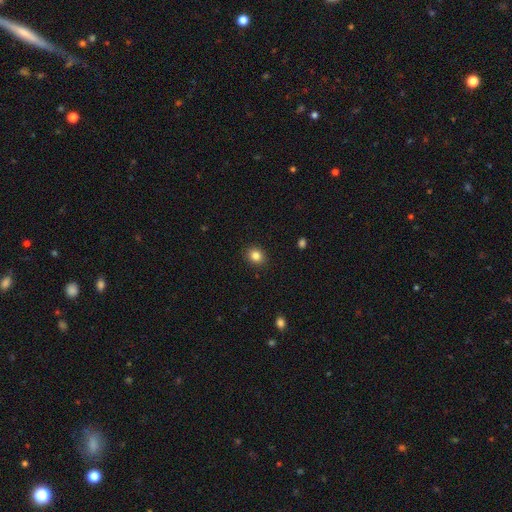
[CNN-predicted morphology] Overall: smooth (84%). How rounded: round (65%; in between 35%). Merging: none (90%).